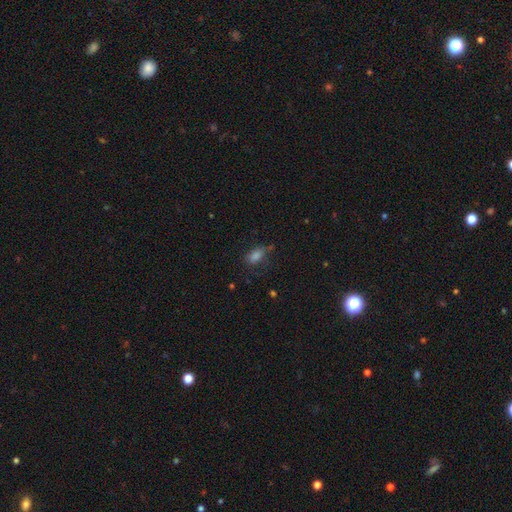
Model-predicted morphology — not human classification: type=smooth (69%); roundness=in between (78%); merging=none (54%).